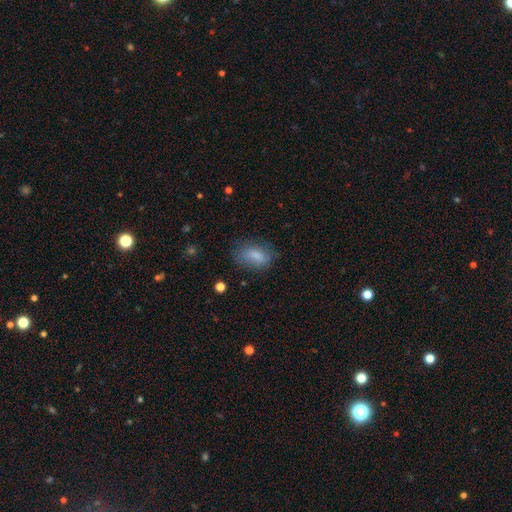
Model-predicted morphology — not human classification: A smooth galaxy with no disk features (82%) that is in between round and cigar-shaped (87%). Merging: none (71%).